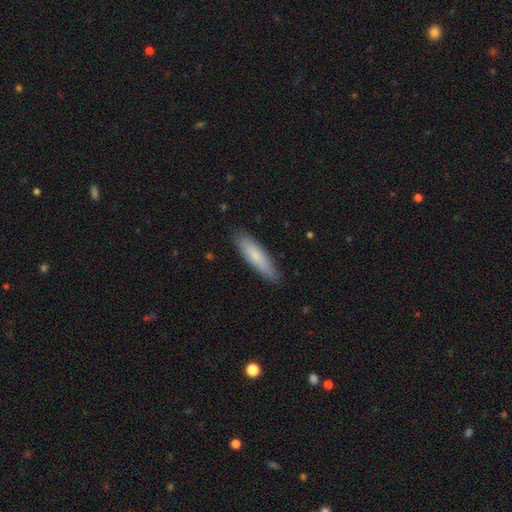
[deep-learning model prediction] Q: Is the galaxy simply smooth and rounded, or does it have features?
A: smooth — 77%.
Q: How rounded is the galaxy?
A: cigar-shaped — 73%.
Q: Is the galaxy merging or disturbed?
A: none — 86%.